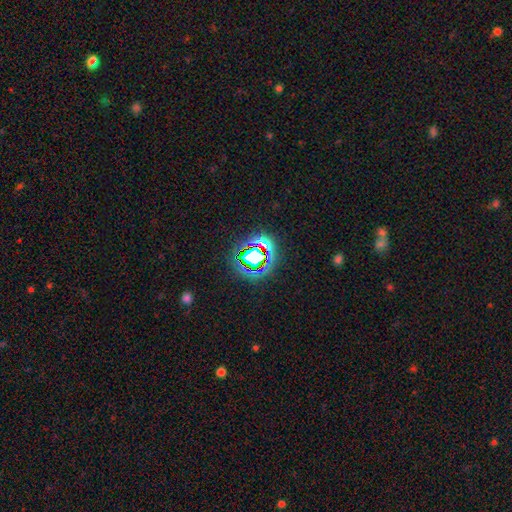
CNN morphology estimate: Smooth or featured?
  - star or artifact: 61% *
  - smooth: 25%
  - featured or disk: 13%